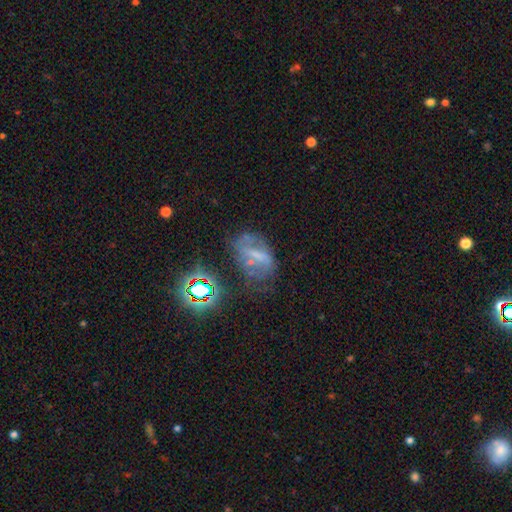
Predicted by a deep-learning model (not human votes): smooth-or-featured: featured or disk: 46% | smooth: 28% | star or artifact: 26%
  merging: none: 45% | minor disturbance: 25% | major disturbance: 24% | merger: 6%